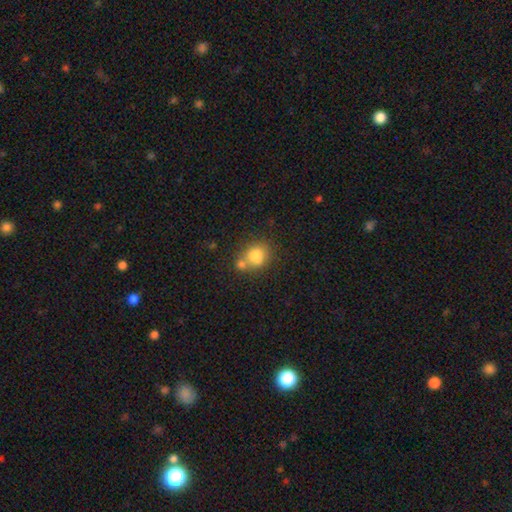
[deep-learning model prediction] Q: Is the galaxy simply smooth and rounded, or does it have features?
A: smooth — 78%.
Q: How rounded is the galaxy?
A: round — 69%.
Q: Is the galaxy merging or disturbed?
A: none — 49%.